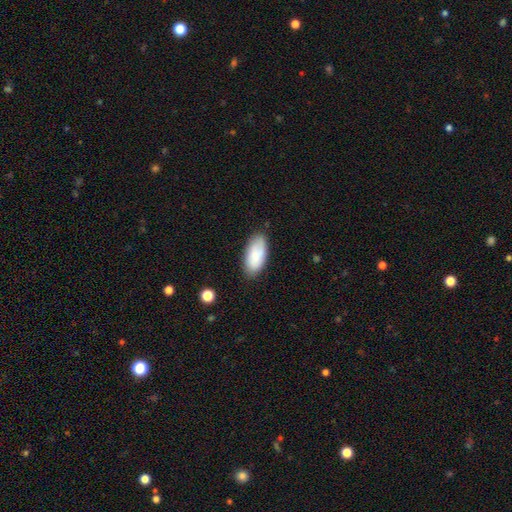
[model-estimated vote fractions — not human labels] Overall: smooth (82%). How rounded: in between (90%). Merging: none (80%).